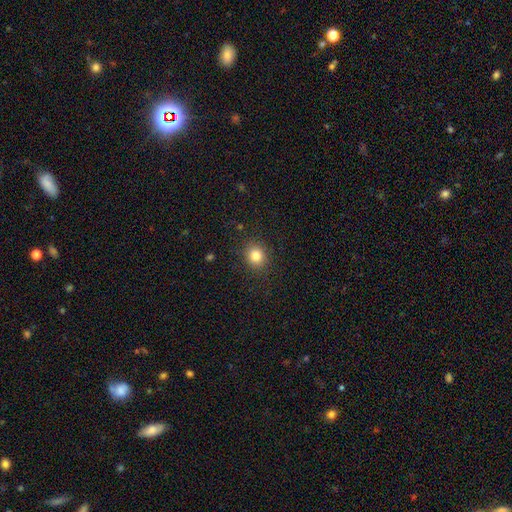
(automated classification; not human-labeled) A smooth galaxy with no disk features (83%) that is round (80%). Merging: none (88%).